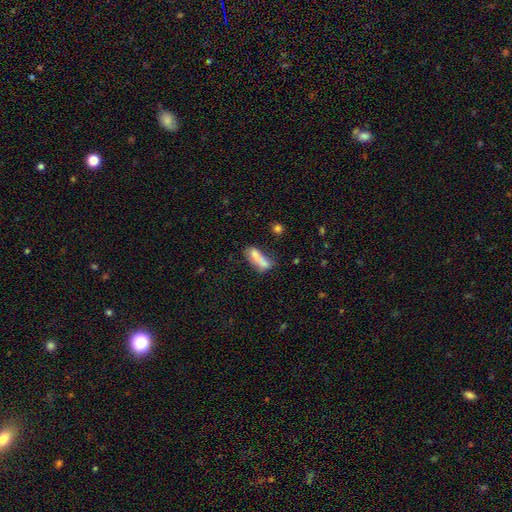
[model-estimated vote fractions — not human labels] A smooth galaxy with no disk features (71%) that is cigar-shaped (52%). Merging: none (39%).